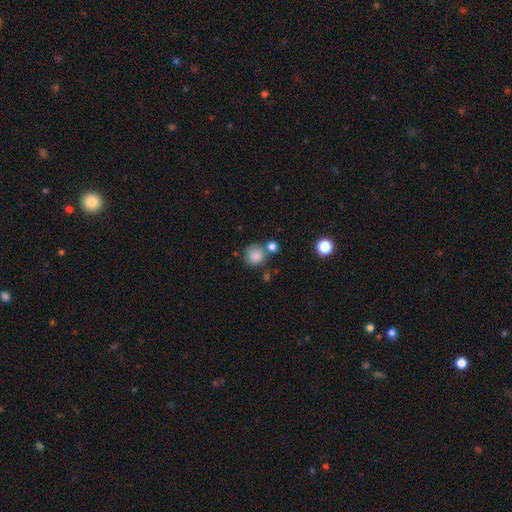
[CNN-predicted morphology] Overall: smooth (85%). How rounded: round (89%). Merging: none (64%).